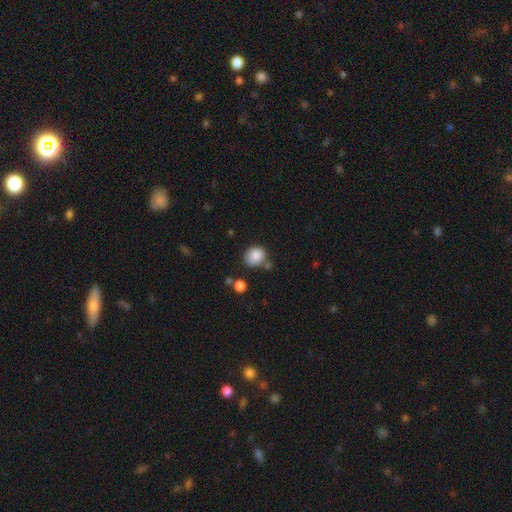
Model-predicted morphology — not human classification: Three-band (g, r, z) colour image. It shows a smooth galaxy with no disk features (85%) that is round (75%). Merging: none (64%).